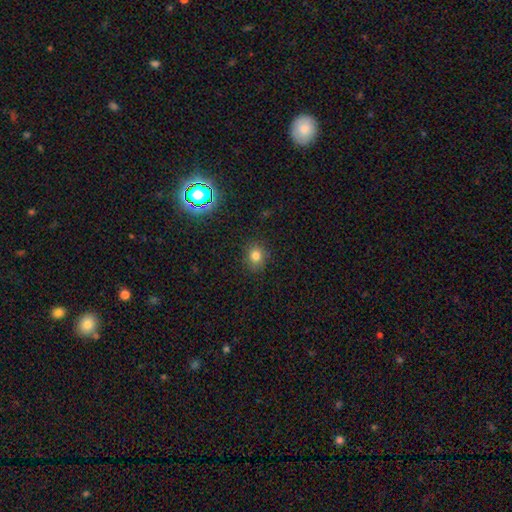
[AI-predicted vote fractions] The model was most divided on "how rounded": round: 71%, in between: 28%, cigar-shaped: 1%. More confident: merging — none (87%); smooth or featured — smooth (77%).